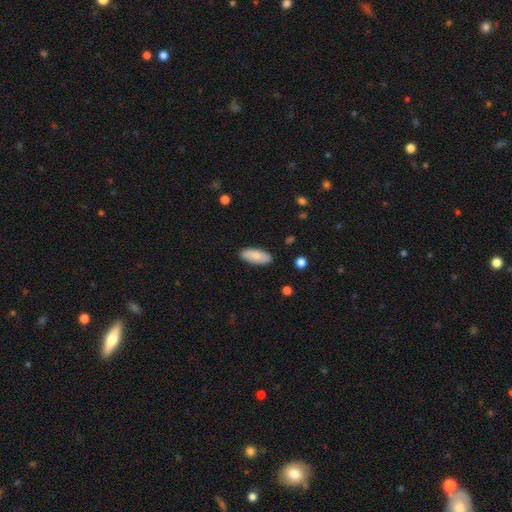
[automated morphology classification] type=smooth (82%); roundness=in between (80%); merging=none (88%).